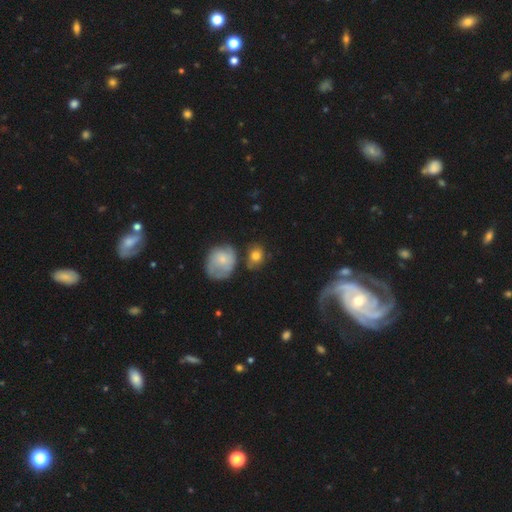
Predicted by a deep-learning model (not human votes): Morphology: type=smooth (74%); roundness=round (57%); merging=none (61%).